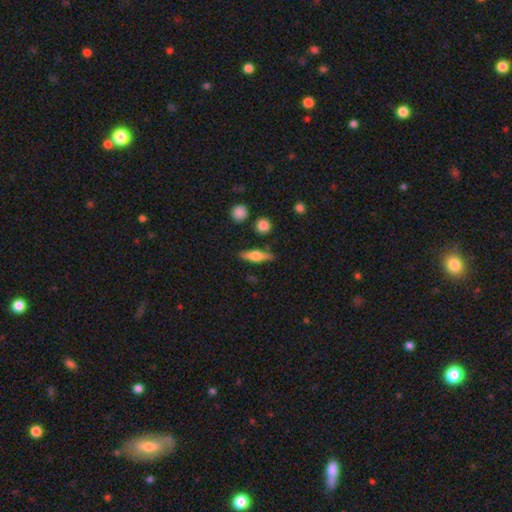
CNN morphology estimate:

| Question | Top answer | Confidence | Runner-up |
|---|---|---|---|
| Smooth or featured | featured or disk | 49% | smooth (44%) |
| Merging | none | 82% | minor disturbance (12%) |